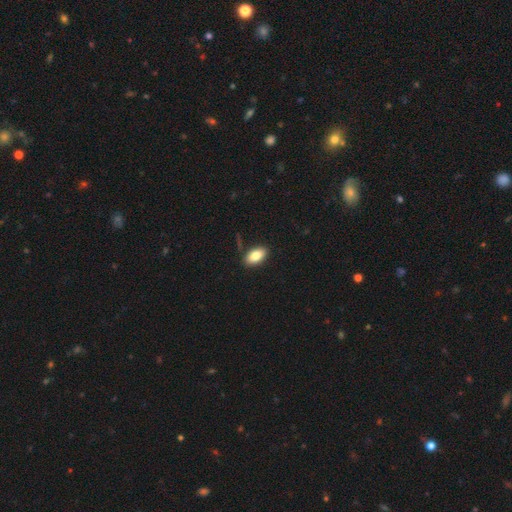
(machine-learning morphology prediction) Smooth or featured? Predicted: smooth (p=0.83). How rounded? Predicted: in between (p=0.92). Merging? Predicted: none (p=0.85).